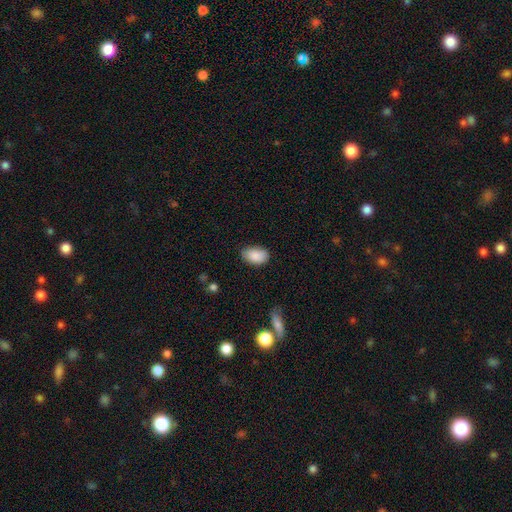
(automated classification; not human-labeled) Morphology: type=smooth (88%); roundness=in between (92%); merging=none (77%).